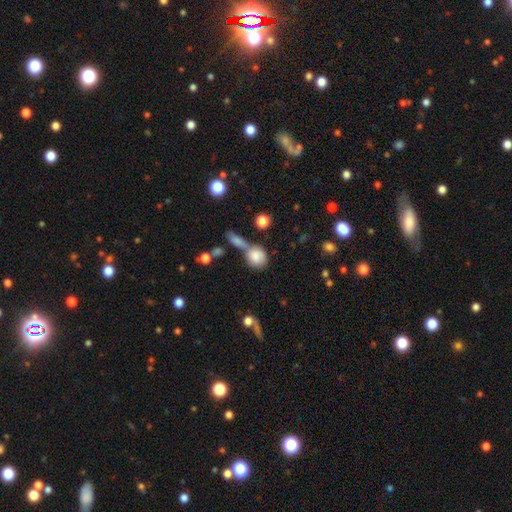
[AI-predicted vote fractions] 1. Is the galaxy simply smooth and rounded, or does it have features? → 82% smooth, 10% featured or disk, 8% star or artifact.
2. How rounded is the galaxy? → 74% round, 24% in between, 3% cigar-shaped.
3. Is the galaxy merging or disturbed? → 42% merger, 39% none, 13% minor disturbance, 7% major disturbance.